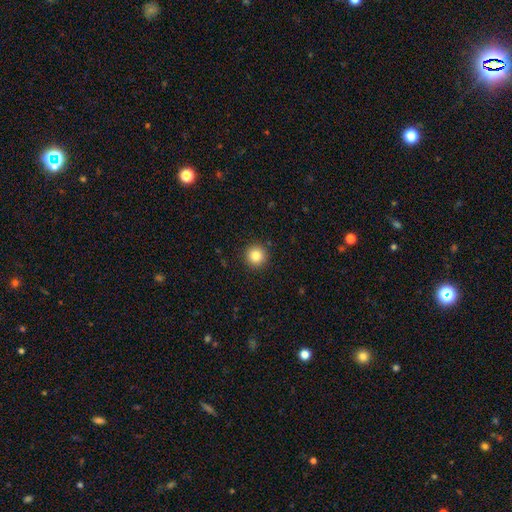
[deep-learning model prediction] Smooth or featured? Predicted: smooth (p=0.84). How rounded? Predicted: round (p=0.96). Merging? Predicted: none (p=0.92).